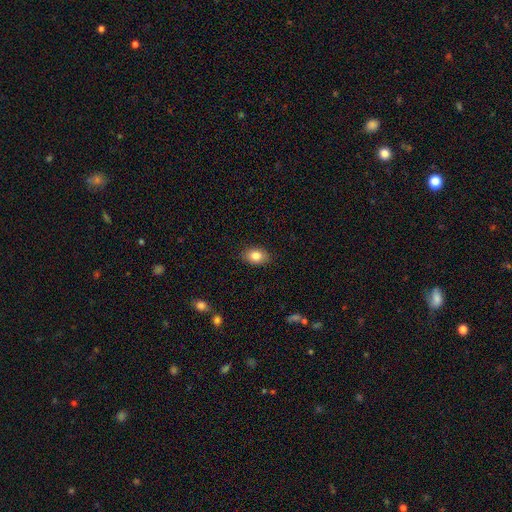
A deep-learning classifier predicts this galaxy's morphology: smooth_or_featured: smooth (p=0.84) [alt: star or artifact p=0.08]
how_rounded: in between (p=0.80) [alt: round p=0.19]
merging: none (p=0.87) [alt: minor disturbance p=0.10]